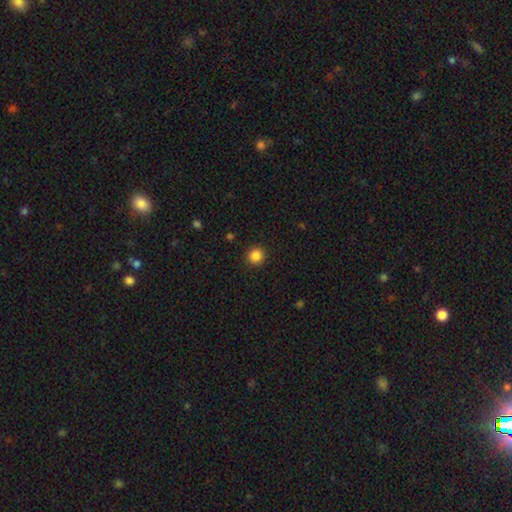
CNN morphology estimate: This is clearly a smooth galaxy (86%). How rounded: clearly round (95%). Merging: clearly none (92%).